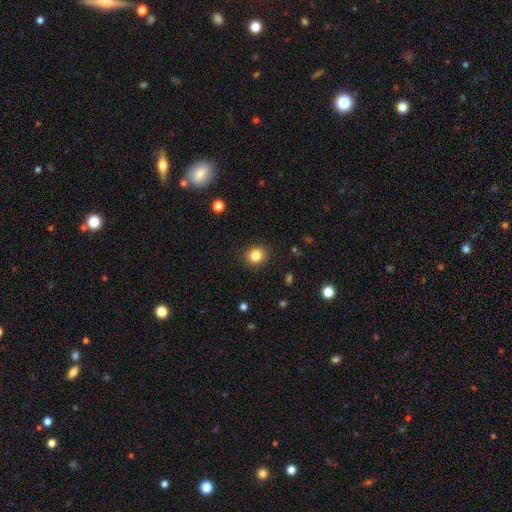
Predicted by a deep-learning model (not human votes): Smooth or featured: smooth — 84% (star or artifact — 11%)
How rounded: round — 83% (in between — 16%)
Merging: none — 90% (minor disturbance — 7%)